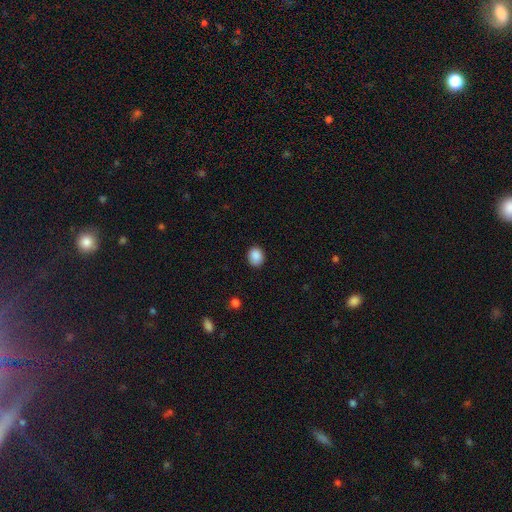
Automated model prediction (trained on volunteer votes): The model was most divided on "how rounded": round: 56%, in between: 43%, cigar-shaped: 1%. More confident: smooth or featured — smooth (89%); merging — none (88%).